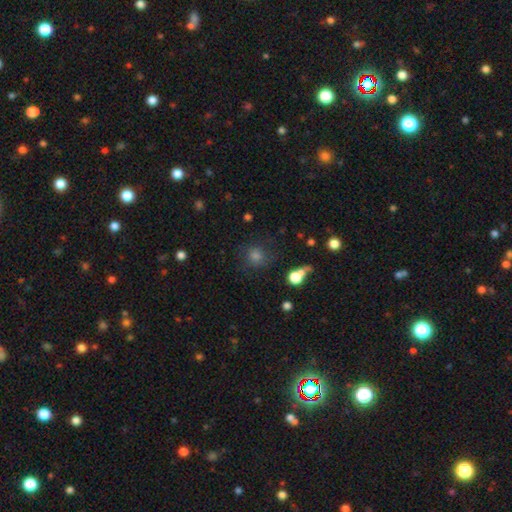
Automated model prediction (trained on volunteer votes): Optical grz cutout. It shows a smooth galaxy with no disk features (66%) that is round (90%). Merging: none (80%).